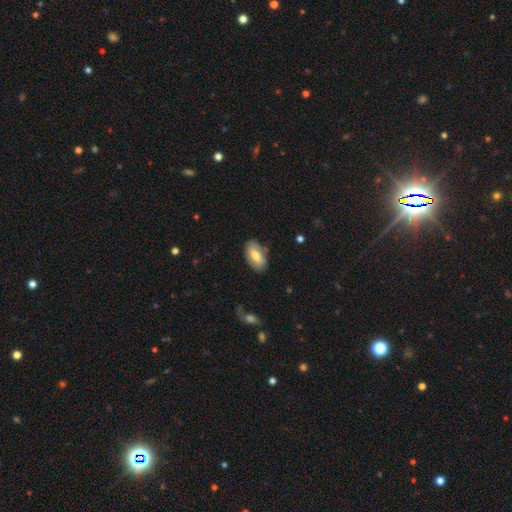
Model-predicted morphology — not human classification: This appears to be a smooth galaxy with no disk features (66%) that is in between round and cigar-shaped (93%). Merging: none (80%).